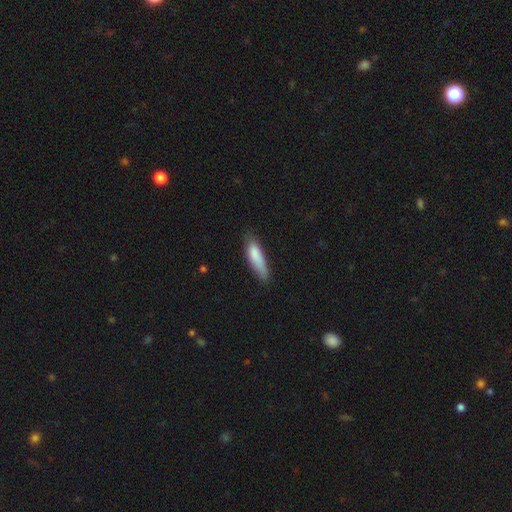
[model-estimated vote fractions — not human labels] The model was most divided on "how rounded": cigar-shaped: 62%, in between: 36%, round: 2%. More confident: smooth or featured — smooth (83%); merging — none (65%).